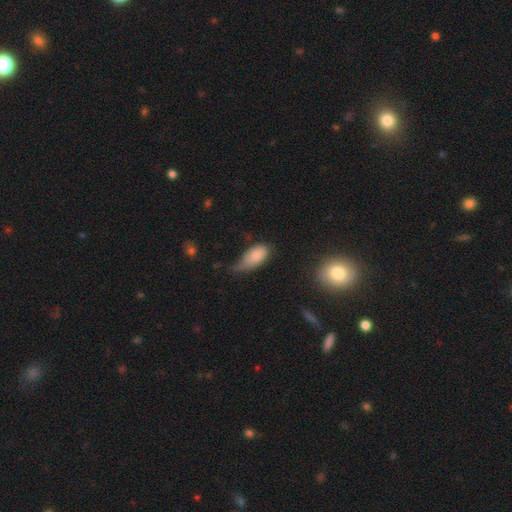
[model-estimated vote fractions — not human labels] smooth_or_featured: smooth (p=0.80) [alt: featured or disk p=0.12]
how_rounded: in between (p=0.92) [alt: cigar-shaped p=0.05]
merging: minor disturbance (p=0.45) [alt: major disturbance p=0.26]